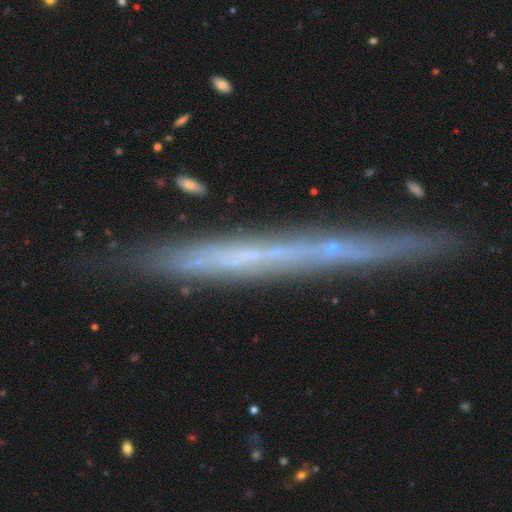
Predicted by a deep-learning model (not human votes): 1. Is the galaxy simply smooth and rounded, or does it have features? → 65% featured or disk, 26% smooth, 9% star or artifact.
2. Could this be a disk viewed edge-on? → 95% yes, 5% no.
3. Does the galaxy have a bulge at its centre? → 88% none, 8% rounded, 4% boxy.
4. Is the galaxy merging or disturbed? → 87% none, 10% minor disturbance, 2% major disturbance, 2% merger.